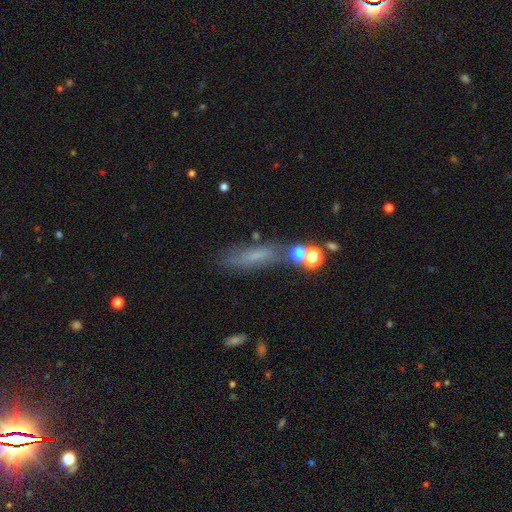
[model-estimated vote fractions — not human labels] Smooth or featured: smooth — 55% (featured or disk — 29%)
How rounded: cigar-shaped — 69% (in between — 26%)
Merging: none — 64% (minor disturbance — 18%)